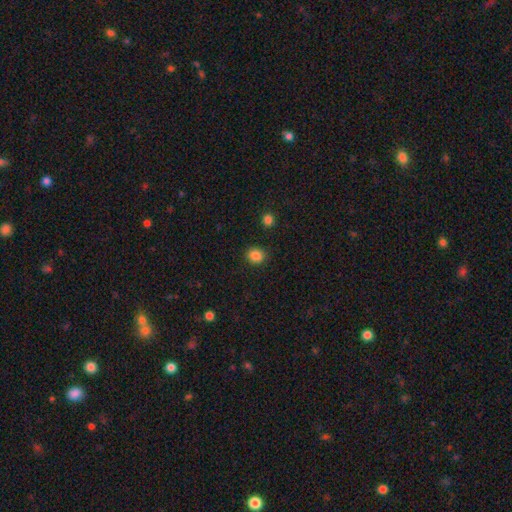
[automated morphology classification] This appears to be a smooth galaxy with no disk features (85%) that is round (76%). Merging: none (89%).